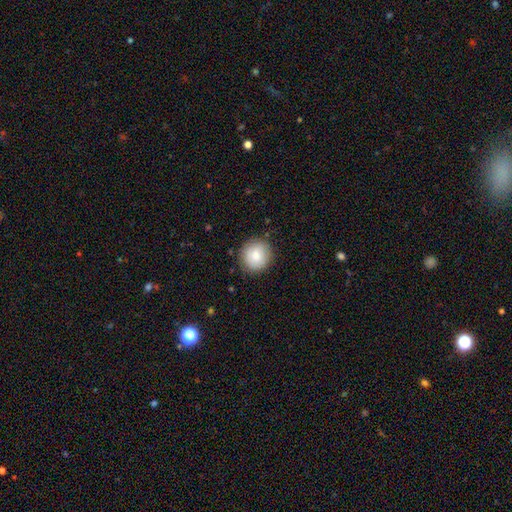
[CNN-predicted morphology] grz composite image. It shows a smooth galaxy with no disk features (83%) that is round (92%). Merging: none (87%).